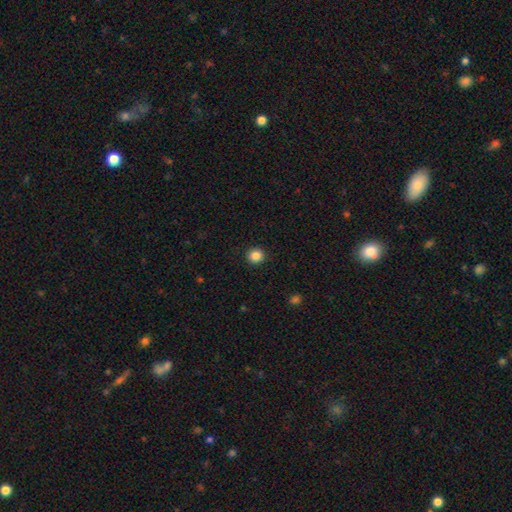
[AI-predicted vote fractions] Smooth or featured? Predicted: smooth (p=0.86). How rounded? Predicted: round (p=0.93). Merging? Predicted: none (p=0.93).